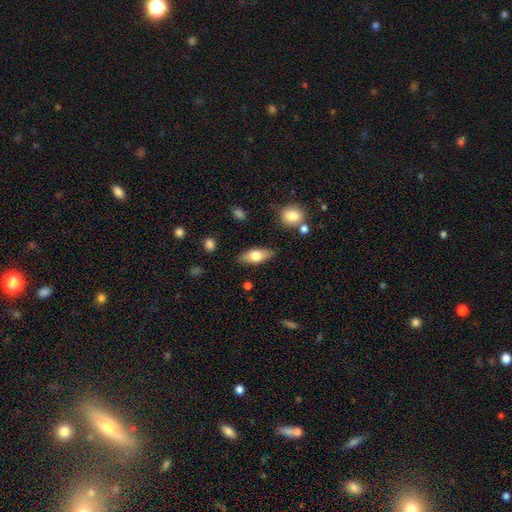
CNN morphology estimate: The model was most divided on "smooth or featured": smooth: 68%, featured or disk: 25%, star or artifact: 7%. More confident: merging — none (83%); how rounded — in between (81%).